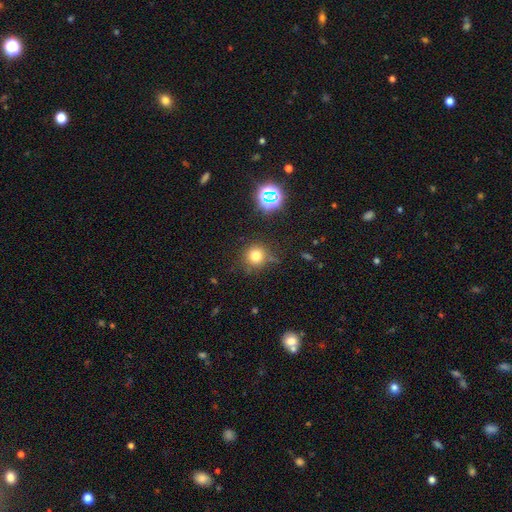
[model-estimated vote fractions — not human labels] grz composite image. It shows a smooth galaxy with no disk features (74%) that is round (92%). Merging: none (77%).